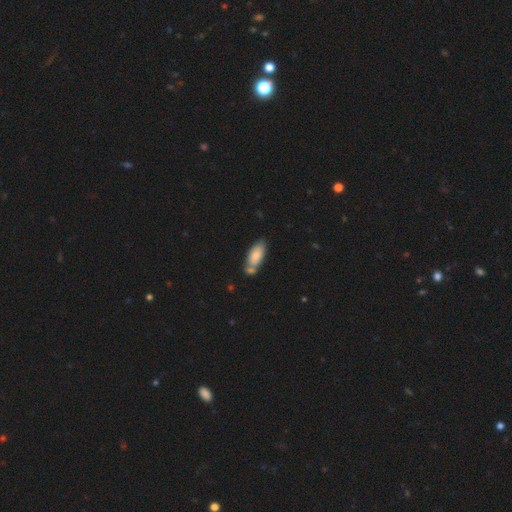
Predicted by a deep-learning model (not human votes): Smooth or featured? smooth (81%)
How rounded? in between (85%)
Merging? none (48%)